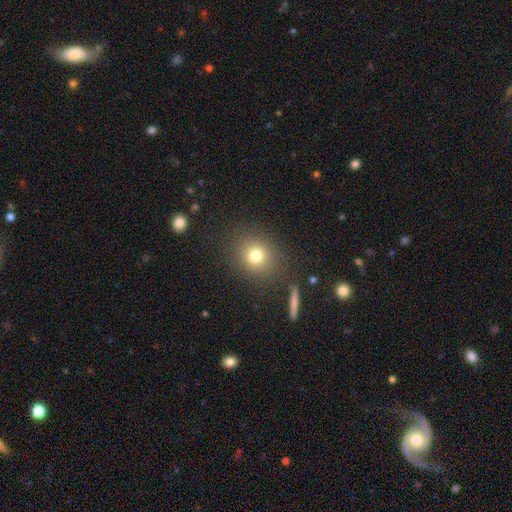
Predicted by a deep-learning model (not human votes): Smooth or featured? Predicted: smooth (p=0.76). How rounded? Predicted: round (p=0.82). Merging? Predicted: none (p=0.84).